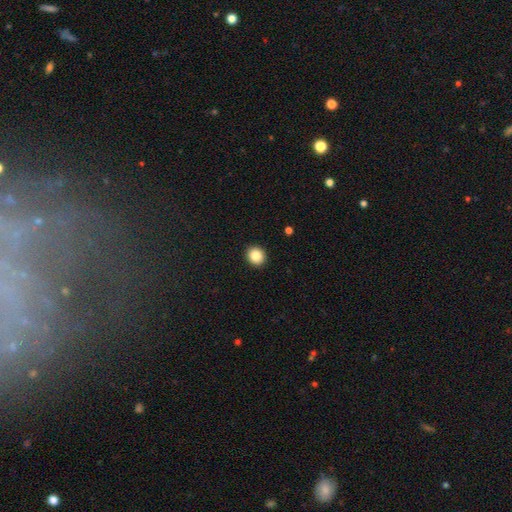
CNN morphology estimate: Smooth or featured? smooth (85%)
How rounded? round (85%)
Merging? none (93%)